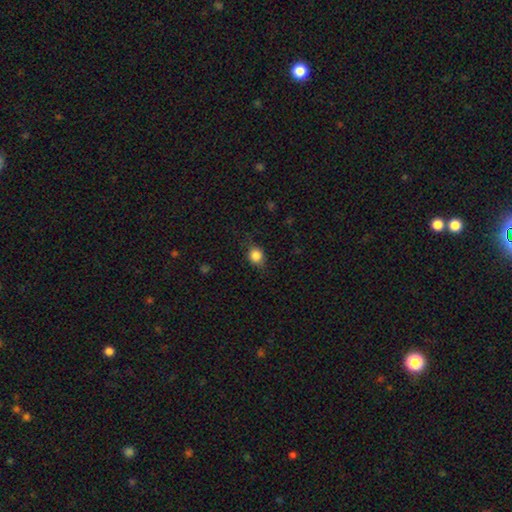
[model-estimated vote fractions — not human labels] Smooth or featured?
  - smooth: 84% *
  - star or artifact: 10%
  - featured or disk: 6%
How rounded?
  - round: 72% *
  - in between: 27%
  - cigar-shaped: 1%
Merging?
  - none: 76% *
  - minor disturbance: 18%
  - major disturbance: 5%
  - merger: 1%